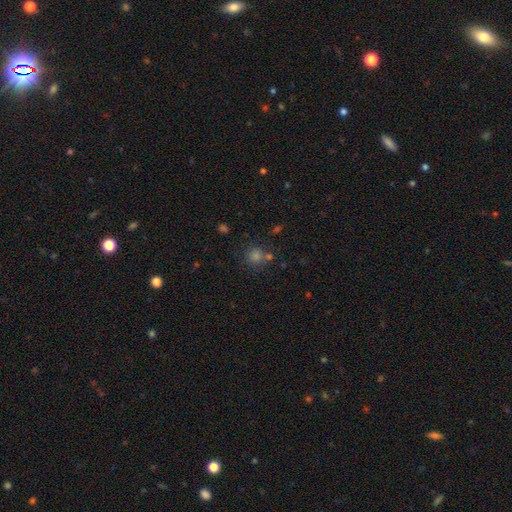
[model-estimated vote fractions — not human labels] smooth 67%, star or artifact 26%, featured or disk 7%. Down the decision tree: how rounded — round (89%); merging — none (72%).